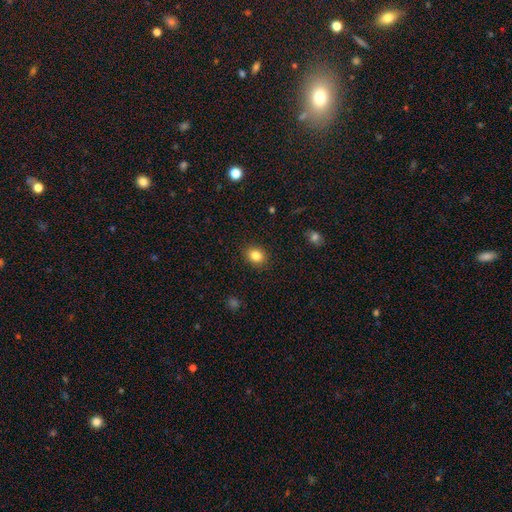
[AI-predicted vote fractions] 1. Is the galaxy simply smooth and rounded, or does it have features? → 84% smooth, 10% star or artifact, 6% featured or disk.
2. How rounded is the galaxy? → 50% round, 49% in between, 1% cigar-shaped.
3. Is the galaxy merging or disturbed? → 89% none, 8% minor disturbance, 2% major disturbance, 1% merger.